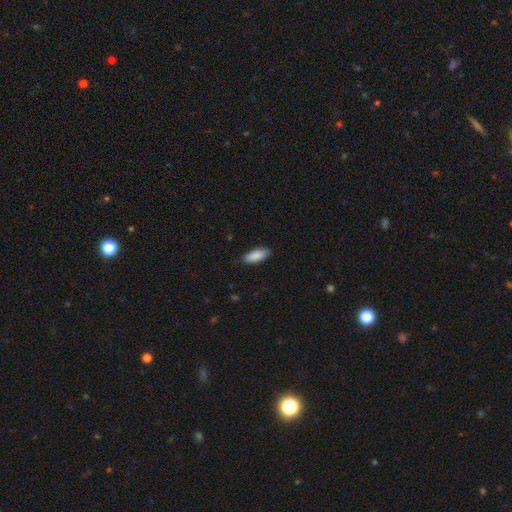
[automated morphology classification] A smooth galaxy with no disk features (89%) that is in between round and cigar-shaped (80%).

Vote fractions:
- Smooth or featured? smooth: 89% / star or artifact: 6% / featured or disk: 5%
- How rounded? in between: 80% / cigar-shaped: 18% / round: 2%
- Merging? none: 86% / minor disturbance: 11% / major disturbance: 2% / merger: 1%